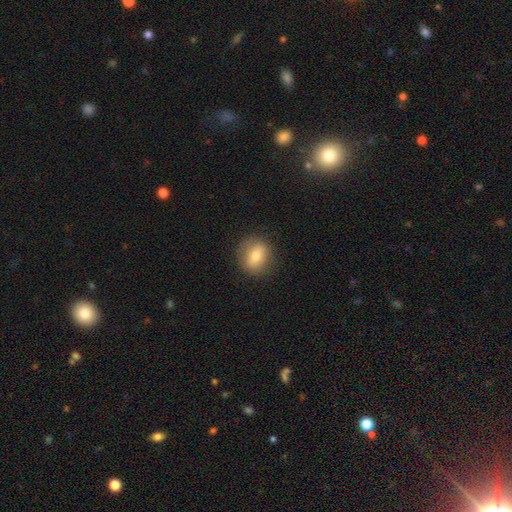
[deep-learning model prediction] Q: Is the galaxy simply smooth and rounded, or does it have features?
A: smooth — 69%.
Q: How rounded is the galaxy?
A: round — 64%.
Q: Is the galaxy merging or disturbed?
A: none — 85%.